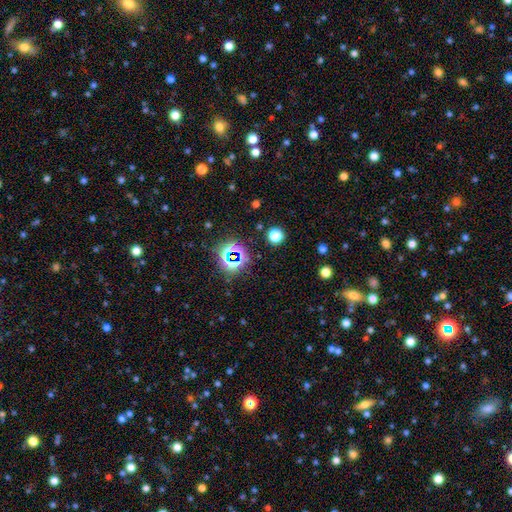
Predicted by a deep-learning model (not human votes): A star or artifact, not a galaxy (70%).